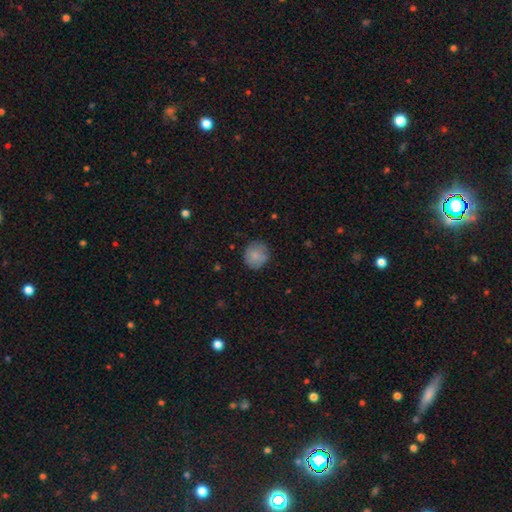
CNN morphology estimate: This appears to be a smooth galaxy with no disk features (81%) that is round (89%). Merging: none (78%).